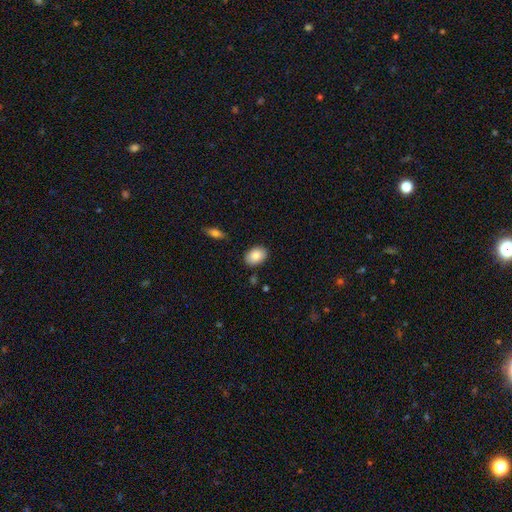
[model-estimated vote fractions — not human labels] A smooth galaxy with no disk features (85%) that is in between round and cigar-shaped (80%).

Vote fractions:
- Smooth or featured? smooth: 85% / featured or disk: 8% / star or artifact: 7%
- How rounded? in between: 80% / round: 19% / cigar-shaped: 1%
- Merging? none: 86% / minor disturbance: 9% / major disturbance: 2% / merger: 2%